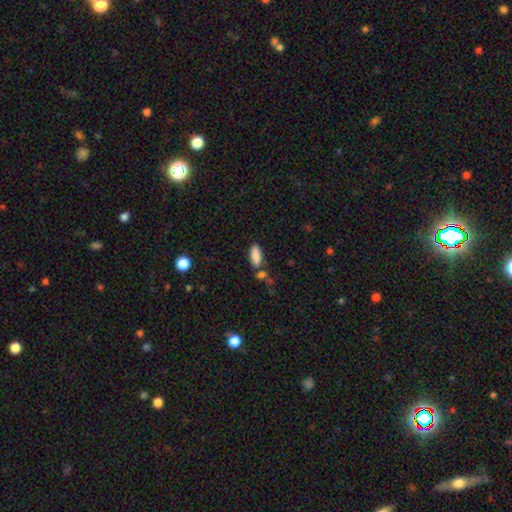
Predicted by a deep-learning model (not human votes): Smooth or featured? smooth (87%)
How rounded? in between (73%)
Merging? none (70%)